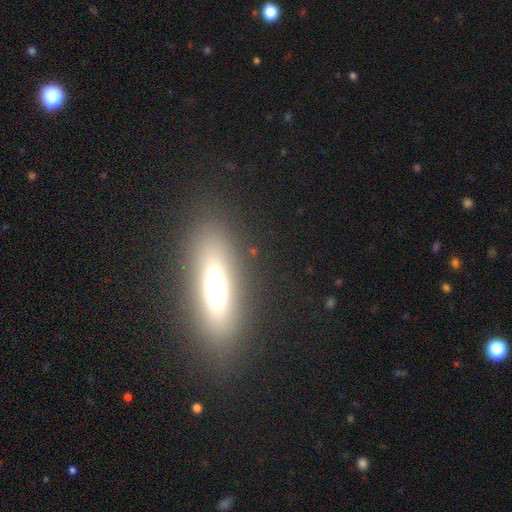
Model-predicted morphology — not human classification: A smooth galaxy with no disk features (52%) that is cigar-shaped (54%).

Vote fractions:
- Smooth or featured? smooth: 52% / featured or disk: 34% / star or artifact: 14%
- How rounded? cigar-shaped: 54% / in between: 43% / round: 4%
- Merging? none: 85% / minor disturbance: 9% / major disturbance: 4% / merger: 2%